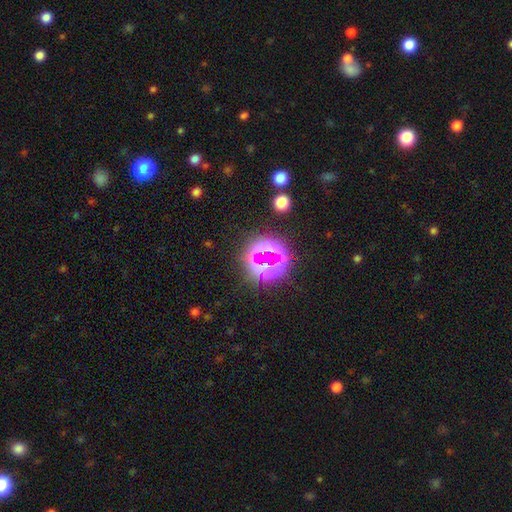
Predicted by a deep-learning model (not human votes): A star or artifact, not a galaxy (76%).

Vote fractions:
- Smooth or featured? star or artifact: 76% / smooth: 15% / featured or disk: 9%